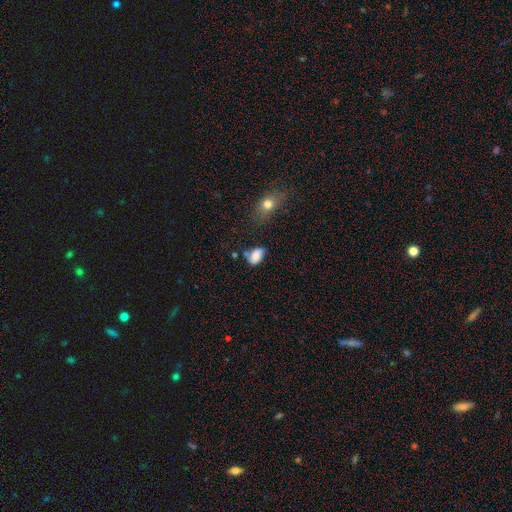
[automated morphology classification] Overall: smooth (78%). How rounded: in between (87%). Merging: none (50%; minor disturbance 29%).